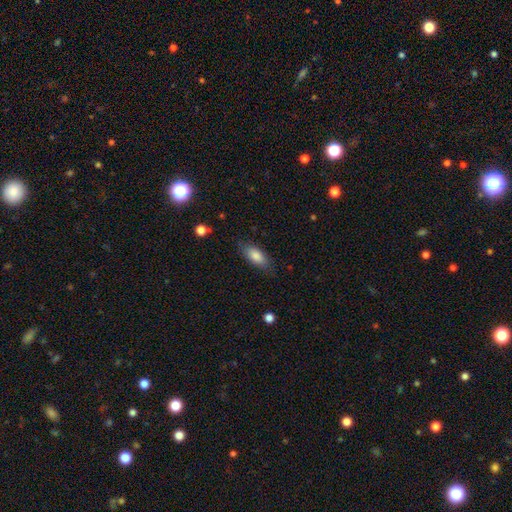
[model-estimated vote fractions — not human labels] Q: Smooth or featured?
A: smooth (84%); runner-up: featured or disk (9%)
Q: How rounded?
A: in between (84%); runner-up: cigar-shaped (13%)
Q: Merging?
A: none (79%); runner-up: minor disturbance (16%)